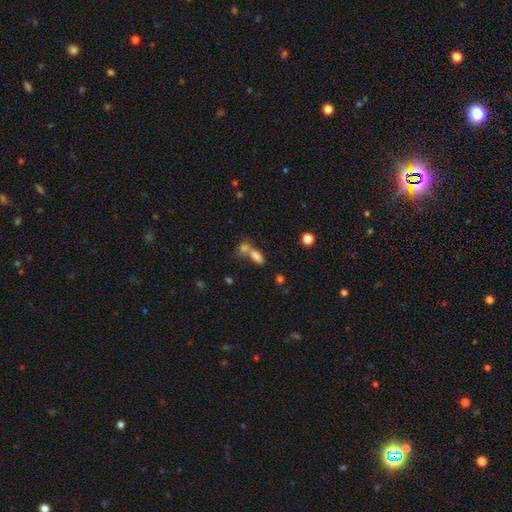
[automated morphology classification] smooth 78%, star or artifact 11%, featured or disk 10%. Down the decision tree: how rounded — in between (79%); merging — merger (55%).